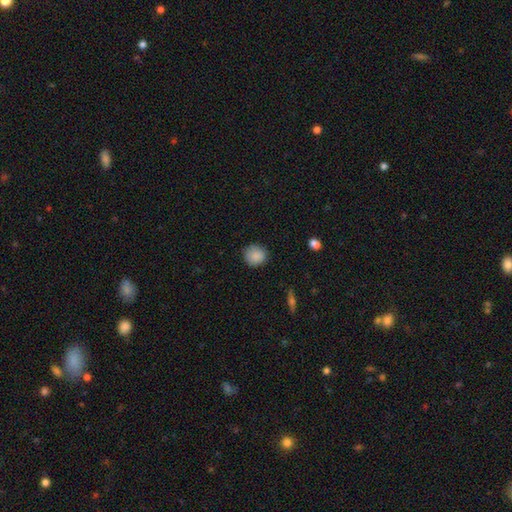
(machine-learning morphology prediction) This appears to be a smooth galaxy with no disk features (88%) that is round (88%). Merging: none (85%).